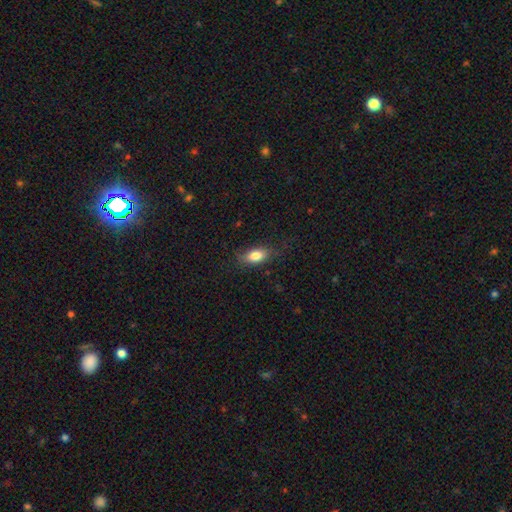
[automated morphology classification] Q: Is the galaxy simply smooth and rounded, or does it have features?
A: smooth — 83%.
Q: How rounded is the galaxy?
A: in between — 86%.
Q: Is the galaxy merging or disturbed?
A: none — 78%.